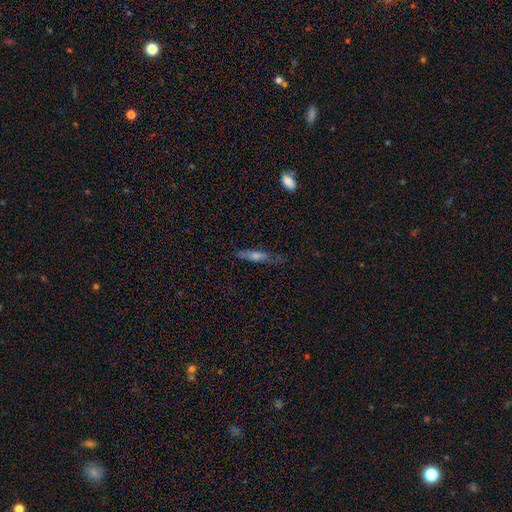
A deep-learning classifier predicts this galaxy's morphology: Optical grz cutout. It shows a smooth galaxy with no disk features (46%). Merging: none (70%).